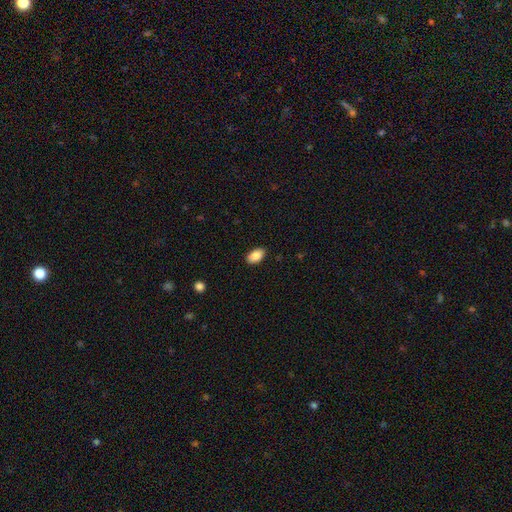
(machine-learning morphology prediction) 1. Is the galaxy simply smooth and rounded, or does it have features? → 89% smooth, 7% star or artifact, 4% featured or disk.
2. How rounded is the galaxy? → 93% in between, 6% round, 1% cigar-shaped.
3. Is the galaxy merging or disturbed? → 88% none, 9% minor disturbance, 2% major disturbance, 1% merger.